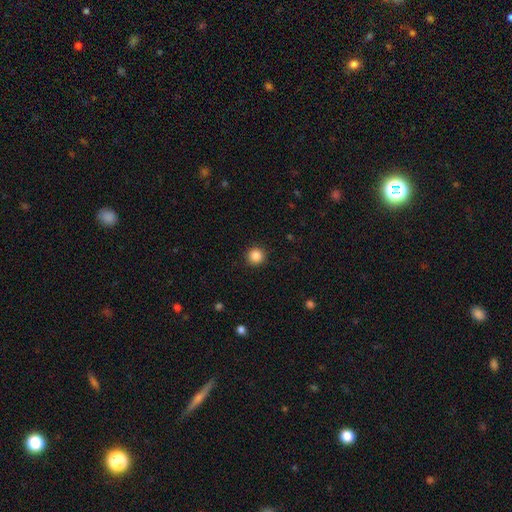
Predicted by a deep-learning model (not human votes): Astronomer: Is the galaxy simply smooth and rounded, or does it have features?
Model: smooth — 87%.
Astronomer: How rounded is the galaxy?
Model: round — 95%.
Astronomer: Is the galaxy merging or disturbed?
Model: none — 92%.